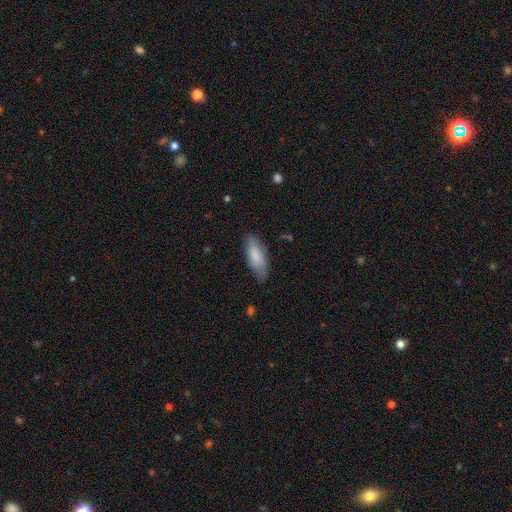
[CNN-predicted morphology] Overall: smooth (82%). How rounded: in between (73%). Merging: none (75%).